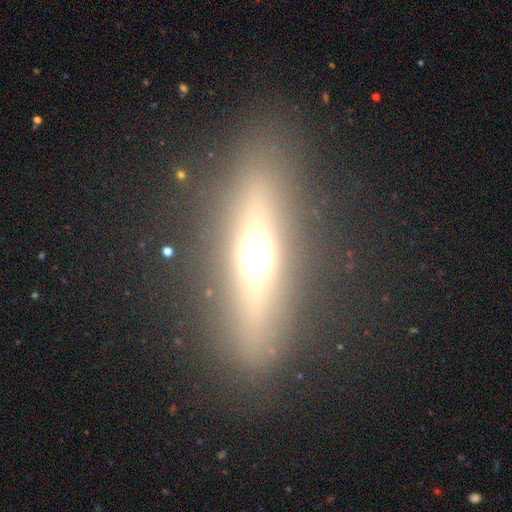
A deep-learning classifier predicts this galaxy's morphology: smooth-or-featured: featured or disk: 56% | smooth: 31% | star or artifact: 13%
  disk-edge-on: yes: 85% | no: 15%
  merging: none: 87% | minor disturbance: 8% | major disturbance: 4% | merger: 1%